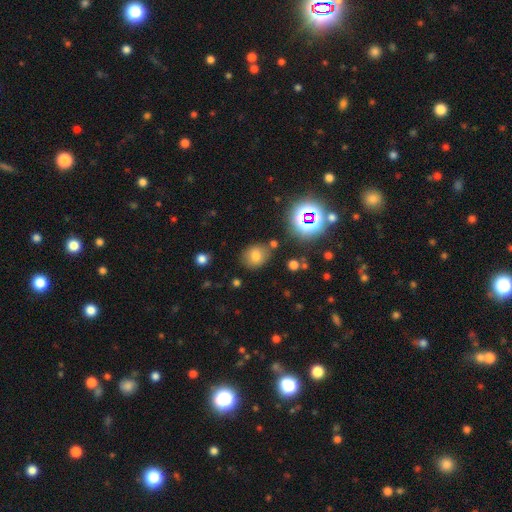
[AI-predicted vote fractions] Smooth or featured? Predicted: smooth (p=0.73). How rounded? Predicted: round (p=0.65). Merging? Predicted: none (p=0.77).